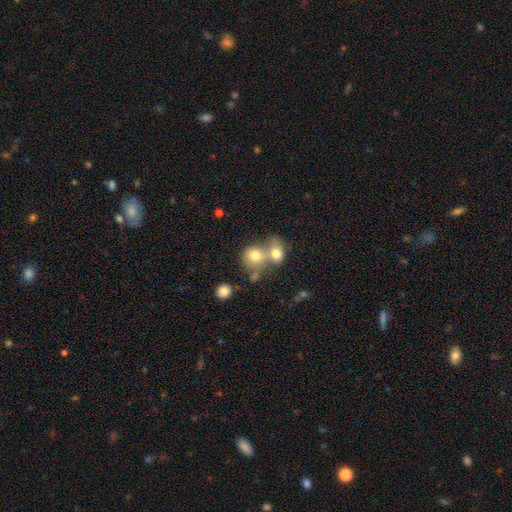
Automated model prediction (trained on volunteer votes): A smooth galaxy with no disk features (75%) that is round (71%). Merging: merger (64%).